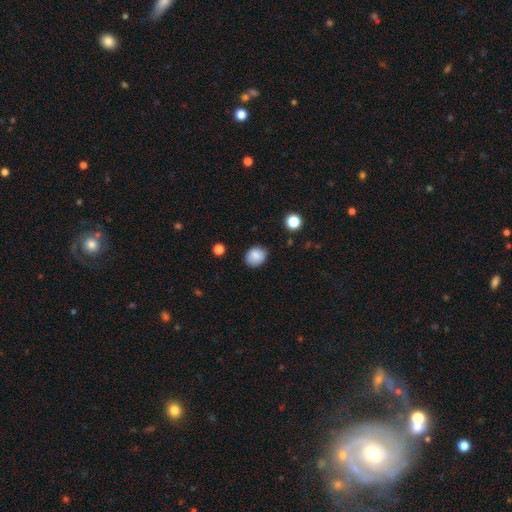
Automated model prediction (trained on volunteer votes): Smooth or featured? smooth (86%)
How rounded? round (65%)
Merging? none (82%)